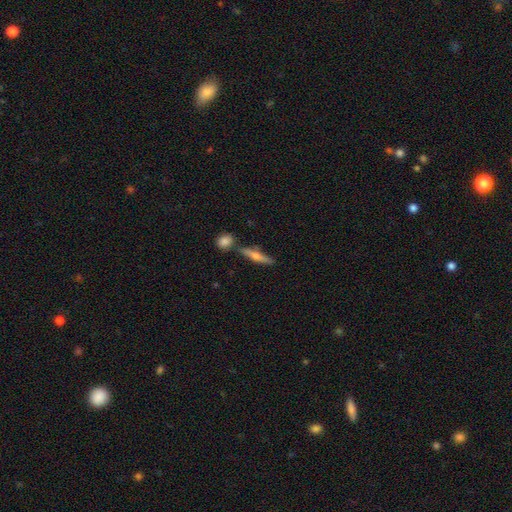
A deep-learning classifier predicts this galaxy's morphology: Smooth or featured? featured or disk (55%)
Edge-on disk? yes (95%)
Edge-on bulge? rounded (87%)
Merging? none (77%)